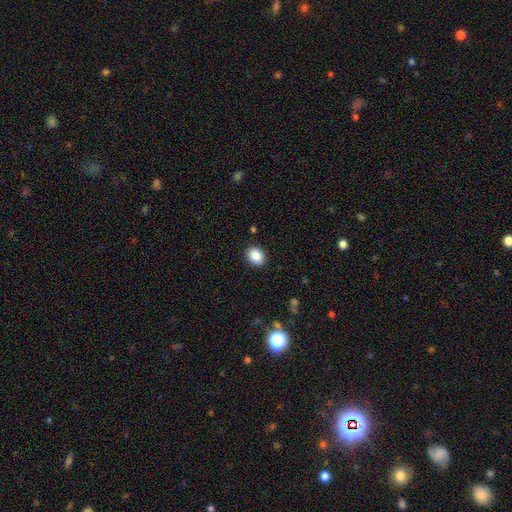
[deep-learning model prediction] Smooth or featured?
  - smooth: 88% *
  - star or artifact: 8%
  - featured or disk: 3%
How rounded?
  - in between: 52% *
  - round: 47%
  - cigar-shaped: 1%
Merging?
  - none: 90% *
  - minor disturbance: 7%
  - major disturbance: 2%
  - merger: 1%